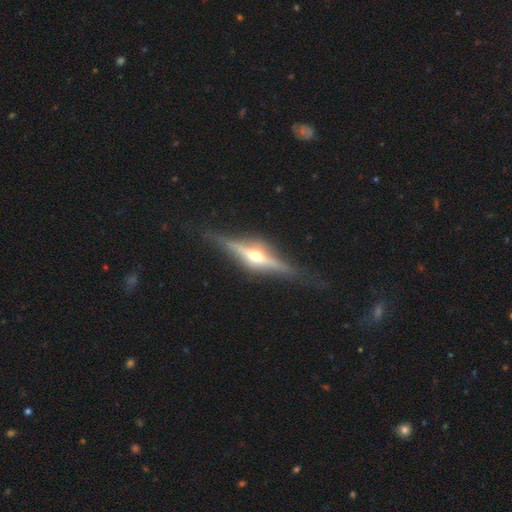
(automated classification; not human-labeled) Smooth or featured? featured or disk (81%)
Edge-on disk? yes (96%)
Edge-on bulge? rounded (93%)
Merging? none (85%)